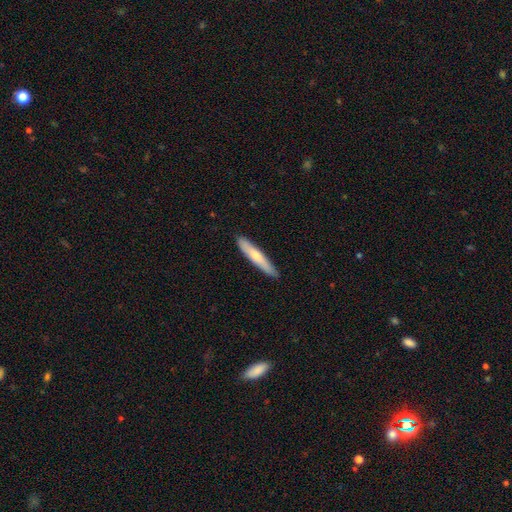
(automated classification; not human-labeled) This is likely a smooth galaxy (63%). How rounded: clearly cigar-shaped (92%). Merging: clearly none (87%).